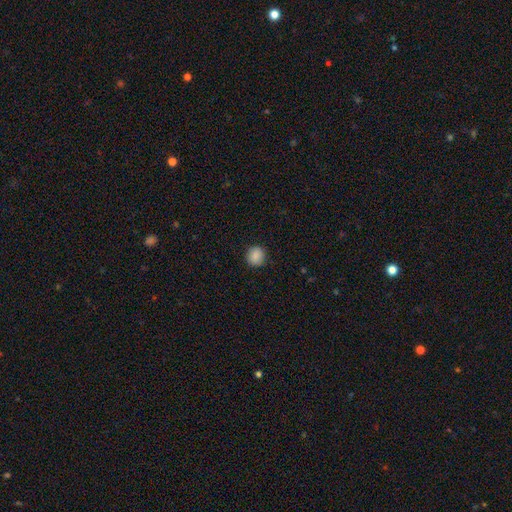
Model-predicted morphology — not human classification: Q: Smooth or featured?
A: smooth (88%); runner-up: star or artifact (8%)
Q: How rounded?
A: round (87%); runner-up: in between (12%)
Q: Merging?
A: none (89%); runner-up: minor disturbance (8%)